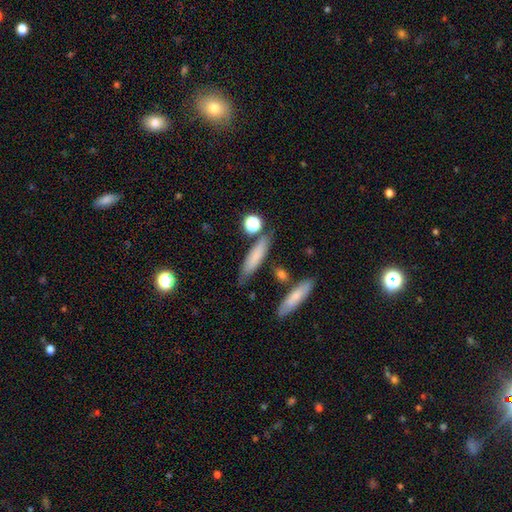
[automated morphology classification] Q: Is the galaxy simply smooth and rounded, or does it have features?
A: smooth — 74%.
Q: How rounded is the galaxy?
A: cigar-shaped — 74%.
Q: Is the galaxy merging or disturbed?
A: none — 75%.